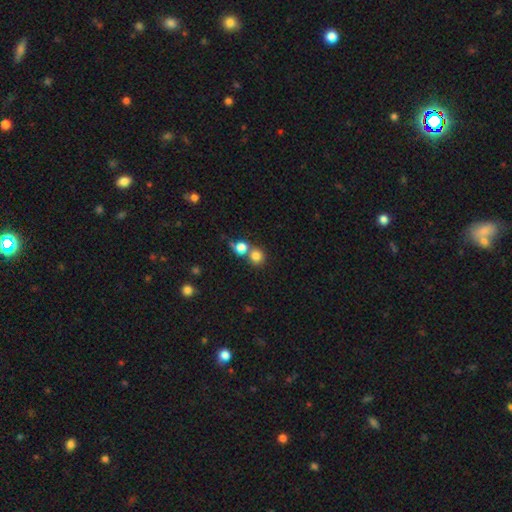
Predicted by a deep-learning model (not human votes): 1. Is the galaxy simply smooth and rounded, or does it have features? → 80% smooth, 13% star or artifact, 7% featured or disk.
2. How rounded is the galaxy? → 89% round, 10% in between, 1% cigar-shaped.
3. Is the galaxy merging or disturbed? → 55% none, 34% merger, 7% minor disturbance, 3% major disturbance.